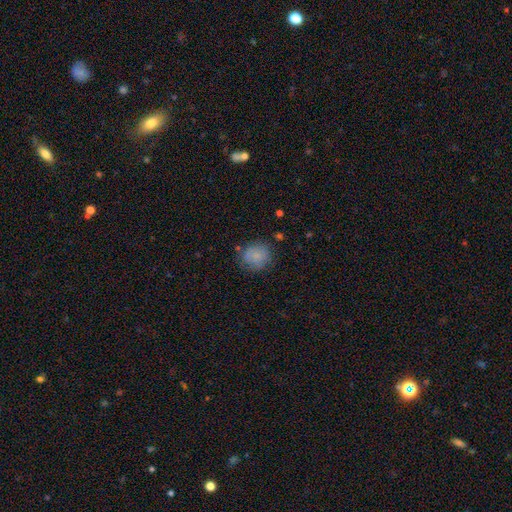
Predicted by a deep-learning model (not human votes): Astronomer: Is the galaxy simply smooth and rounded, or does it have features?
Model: smooth — 79%.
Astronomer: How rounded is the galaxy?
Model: round — 80%.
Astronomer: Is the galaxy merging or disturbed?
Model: none — 74%.